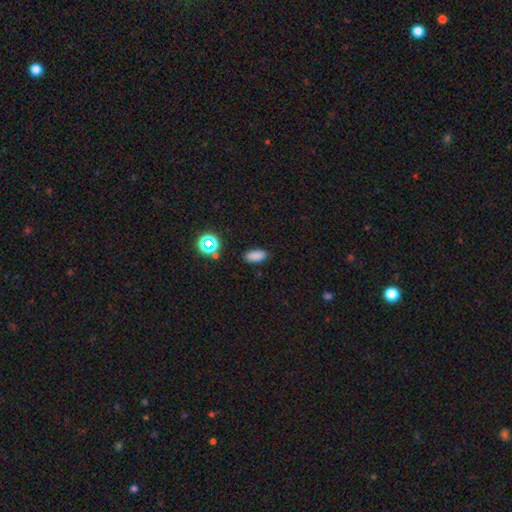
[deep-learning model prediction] Smooth or featured?
  - smooth: 82% *
  - star or artifact: 14%
  - featured or disk: 5%
How rounded?
  - in between: 88% *
  - cigar-shaped: 8%
  - round: 5%
Merging?
  - none: 86% *
  - minor disturbance: 10%
  - major disturbance: 3%
  - merger: 2%